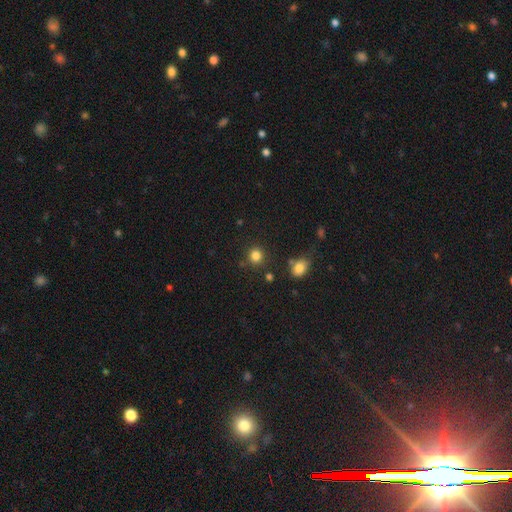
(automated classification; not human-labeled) smooth 83%, star or artifact 12%, featured or disk 4%. Down the decision tree: how rounded — round (86%); merging — none (84%).